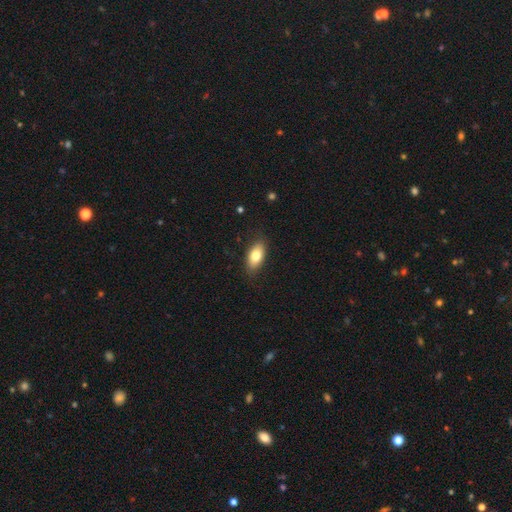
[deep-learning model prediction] Overall: smooth (78%). How rounded: in between (88%). Merging: none (83%).